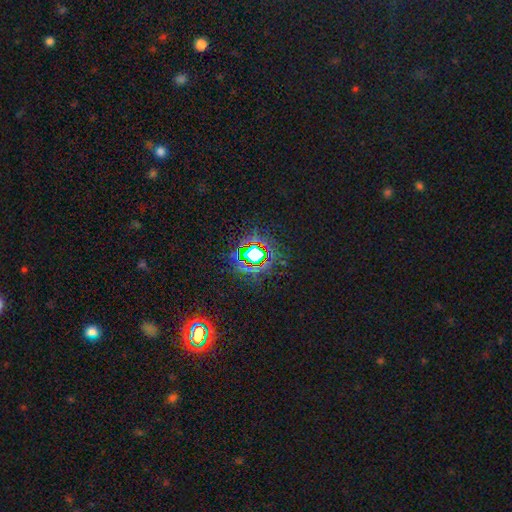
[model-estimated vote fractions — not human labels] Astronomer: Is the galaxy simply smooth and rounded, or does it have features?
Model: star or artifact — 73%.